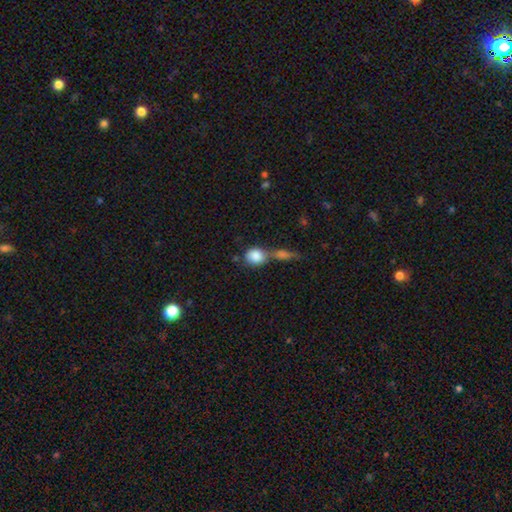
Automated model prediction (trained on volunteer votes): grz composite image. It shows a smooth galaxy with no disk features (85%) that is round (63%). Merging: merger (47%).